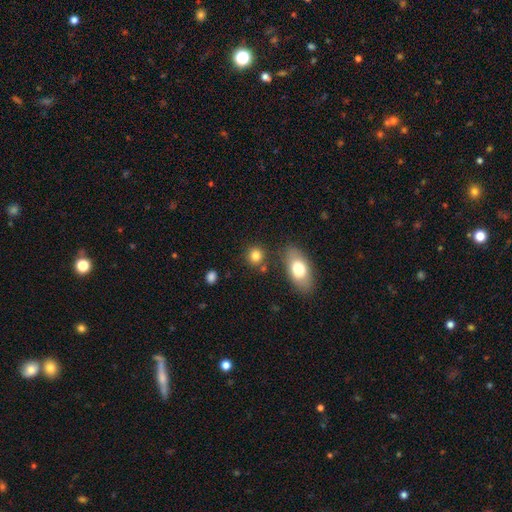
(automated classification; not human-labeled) smooth_or_featured: smooth (p=0.81) [alt: star or artifact p=0.10]
how_rounded: round (p=0.82) [alt: in between p=0.17]
merging: none (p=0.79) [alt: minor disturbance p=0.09]